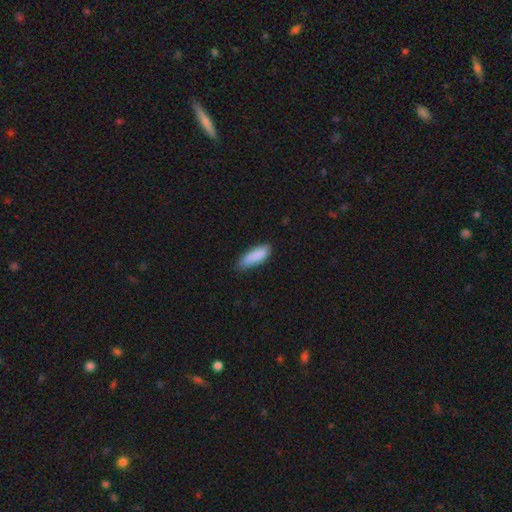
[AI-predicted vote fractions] Smooth or featured? smooth (88%)
How rounded? in between (58%)
Merging? none (73%)